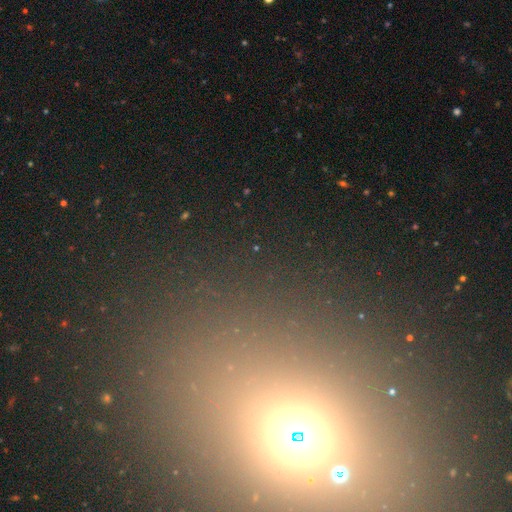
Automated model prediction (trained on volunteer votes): star or artifact 61%, smooth 28%, featured or disk 11%.